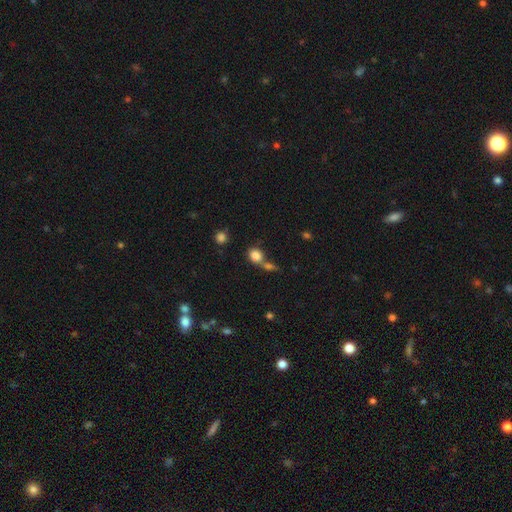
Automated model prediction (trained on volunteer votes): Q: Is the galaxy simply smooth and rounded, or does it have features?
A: smooth — 81%.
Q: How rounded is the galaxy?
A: round — 58%.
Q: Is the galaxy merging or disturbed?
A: merger — 47%.